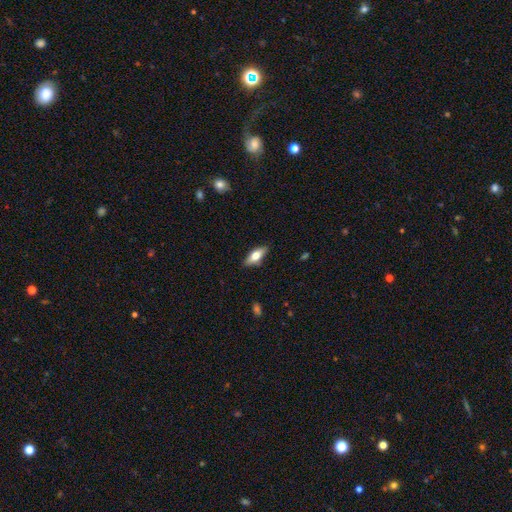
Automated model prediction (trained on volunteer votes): This is likely a smooth galaxy (63%). How rounded: likely in between (70%). Merging: clearly none (87%).